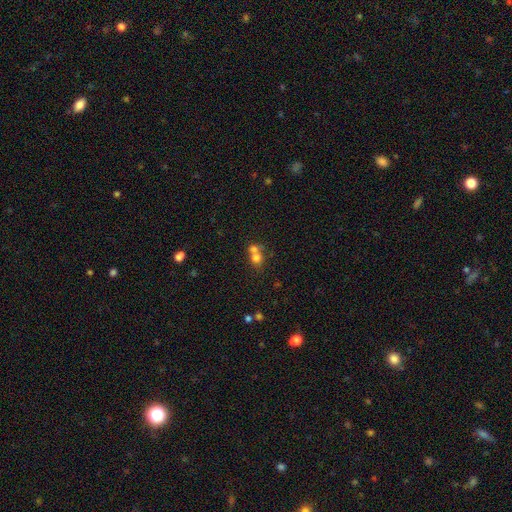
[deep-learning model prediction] Q: Smooth or featured?
A: smooth (71%); runner-up: featured or disk (15%)
Q: How rounded?
A: round (70%); runner-up: in between (28%)
Q: Merging?
A: merger (61%); runner-up: none (29%)